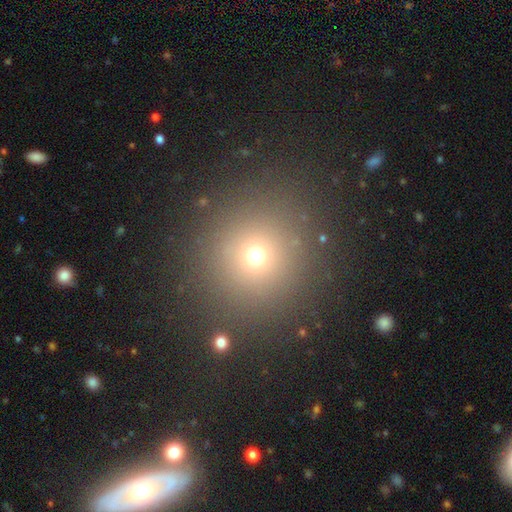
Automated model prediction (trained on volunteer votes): Smooth or featured? Predicted: smooth (p=0.66). How rounded? Predicted: round (p=0.93). Merging? Predicted: none (p=0.88).